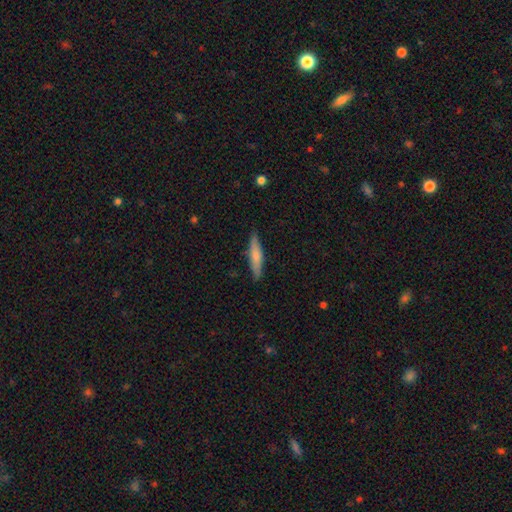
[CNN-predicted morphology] Q: Smooth or featured?
A: smooth (65%); runner-up: featured or disk (30%)
Q: How rounded?
A: cigar-shaped (85%); runner-up: in between (13%)
Q: Merging?
A: none (86%); runner-up: minor disturbance (11%)